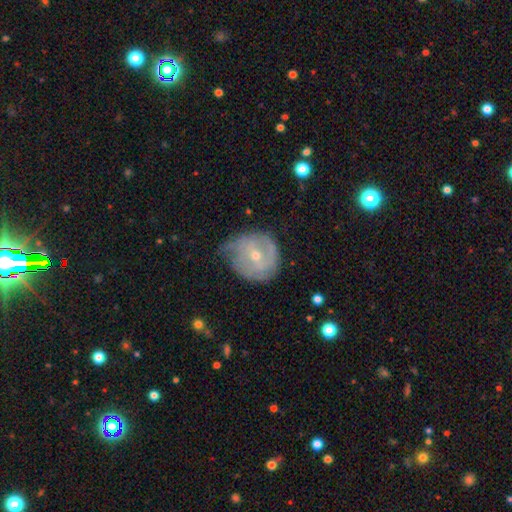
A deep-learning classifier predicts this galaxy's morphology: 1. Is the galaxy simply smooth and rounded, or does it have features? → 65% featured or disk, 27% smooth, 8% star or artifact.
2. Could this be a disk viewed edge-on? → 97% no, 3% yes.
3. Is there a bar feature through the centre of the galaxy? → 58% no, 34% weak, 9% strong.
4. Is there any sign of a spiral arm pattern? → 75% yes, 25% no.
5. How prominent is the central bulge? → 57% small, 40% moderate, 1% none, 1% large, 1% dominant.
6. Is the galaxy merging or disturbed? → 47% none, 36% minor disturbance, 15% major disturbance, 2% merger.